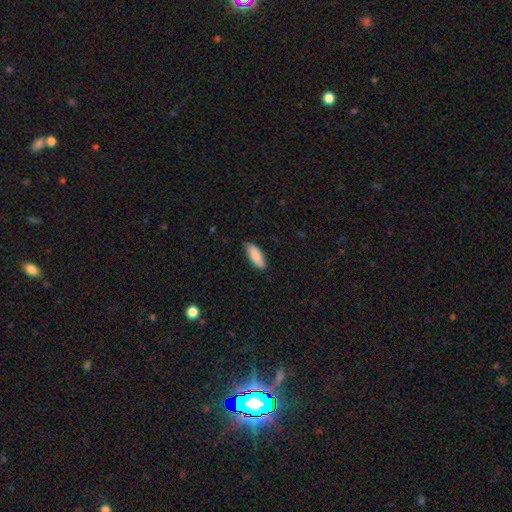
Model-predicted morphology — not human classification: Q: Smooth or featured?
A: smooth (88%); runner-up: featured or disk (6%)
Q: How rounded?
A: in between (71%); runner-up: cigar-shaped (27%)
Q: Merging?
A: none (81%); runner-up: minor disturbance (16%)